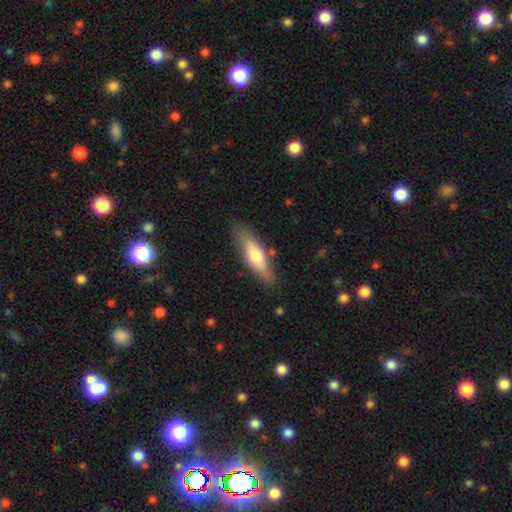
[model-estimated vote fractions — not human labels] Overall: smooth (58%; featured or disk 36%). How rounded: cigar-shaped (54%; in between 44%). Merging: none (77%).